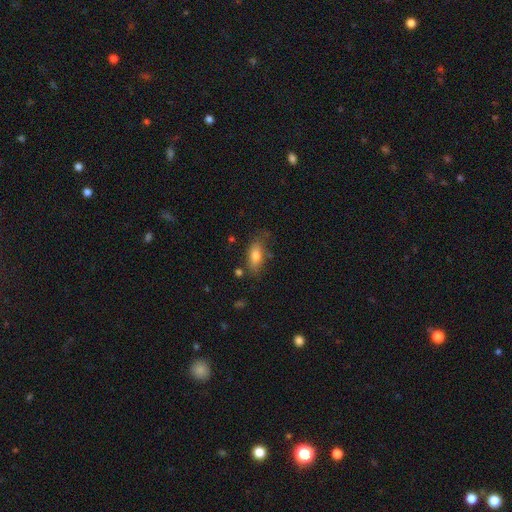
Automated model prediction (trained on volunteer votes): smooth_or_featured: smooth (p=0.76) [alt: featured or disk p=0.16]
how_rounded: in between (p=0.80) [alt: cigar-shaped p=0.16]
merging: none (p=0.66) [alt: minor disturbance p=0.22]